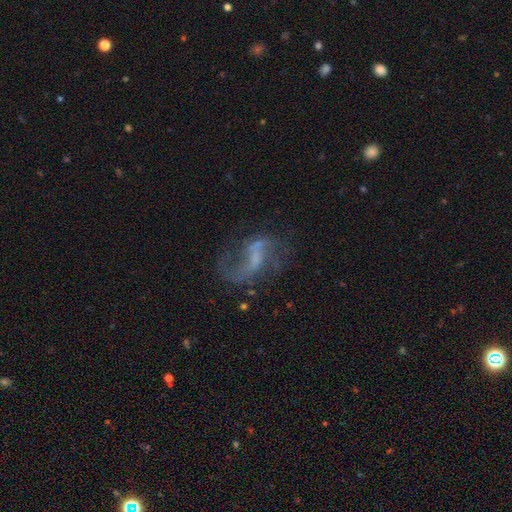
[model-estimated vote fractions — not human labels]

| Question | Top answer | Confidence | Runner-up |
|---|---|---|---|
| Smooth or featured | featured or disk | 81% | smooth (10%) |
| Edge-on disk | no | 97% | yes (3%) |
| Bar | weak | 50% | no (29%) |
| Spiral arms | yes | 91% | no (9%) |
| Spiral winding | loose | 72% | medium (24%) |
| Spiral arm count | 2 | 83% | 1 (9%) |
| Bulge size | none | 41% | small (36%) |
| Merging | none | 58% | major disturbance (21%) |